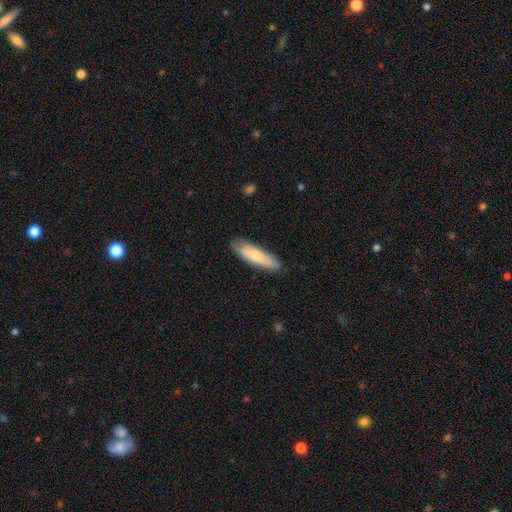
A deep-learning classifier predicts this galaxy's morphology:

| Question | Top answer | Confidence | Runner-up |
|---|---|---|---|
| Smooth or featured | smooth | 72% | featured or disk (22%) |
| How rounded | cigar-shaped | 63% | in between (36%) |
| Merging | none | 82% | minor disturbance (15%) |